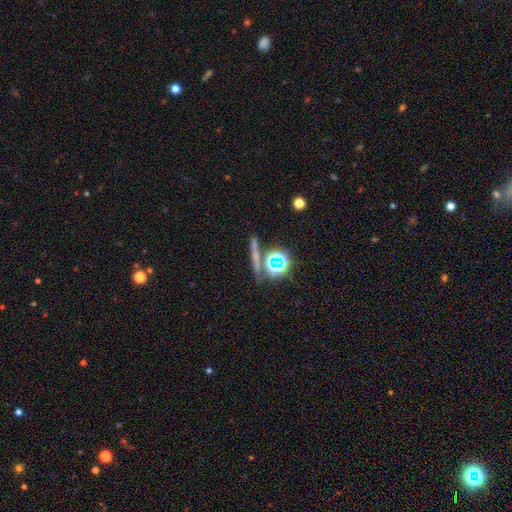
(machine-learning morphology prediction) Smooth or featured: star or artifact — 41% (smooth — 38%)